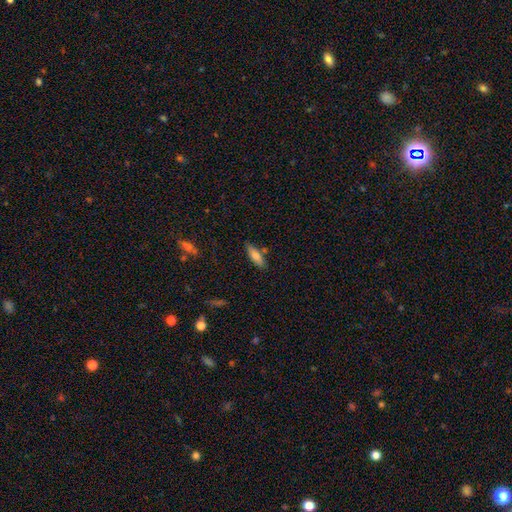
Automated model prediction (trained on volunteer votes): The model was most divided on "how rounded": in between: 53%, cigar-shaped: 45%, round: 2%. More confident: merging — none (77%); smooth or featured — smooth (76%).